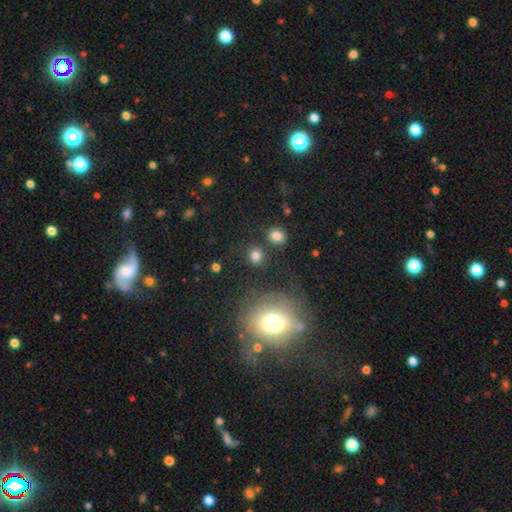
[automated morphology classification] A smooth galaxy with no disk features (80%) that is round (81%).

Vote fractions:
- Smooth or featured? smooth: 80% / star or artifact: 15% / featured or disk: 6%
- How rounded? round: 81% / in between: 18% / cigar-shaped: 1%
- Merging? none: 81% / minor disturbance: 8% / merger: 7% / major disturbance: 4%